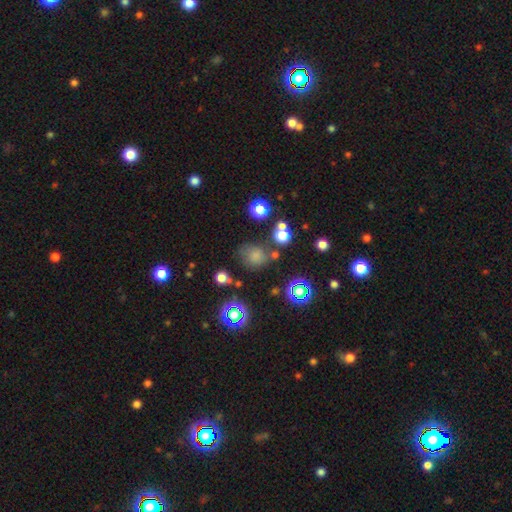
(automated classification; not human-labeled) Smooth or featured?
  - smooth: 68% *
  - star or artifact: 22%
  - featured or disk: 10%
How rounded?
  - round: 74% *
  - in between: 25%
  - cigar-shaped: 1%
Merging?
  - none: 63% *
  - minor disturbance: 19%
  - merger: 10%
  - major disturbance: 8%